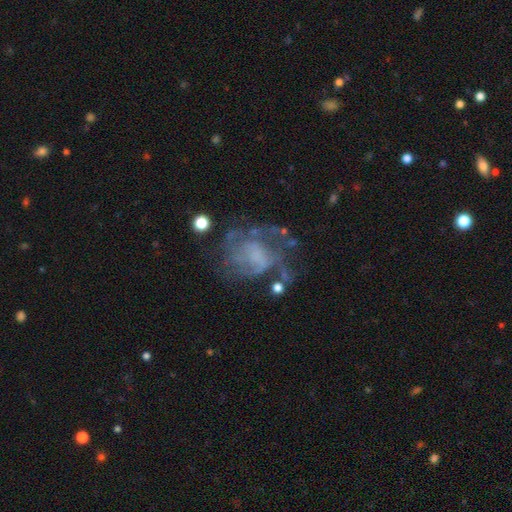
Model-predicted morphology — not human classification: type=featured or disk (72%); edge-on=no (98%); bar=no (70%); spiral arms=yes (73%); winding=medium (42%); arm count=can't tell (42%); bulge=none (58%); merging=none (48%).